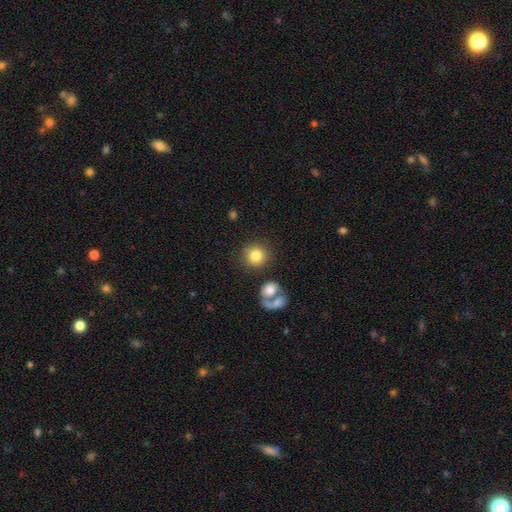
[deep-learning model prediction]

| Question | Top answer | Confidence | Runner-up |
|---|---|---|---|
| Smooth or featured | smooth | 82% | star or artifact (10%) |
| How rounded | round | 89% | in between (10%) |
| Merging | none | 75% | merger (11%) |